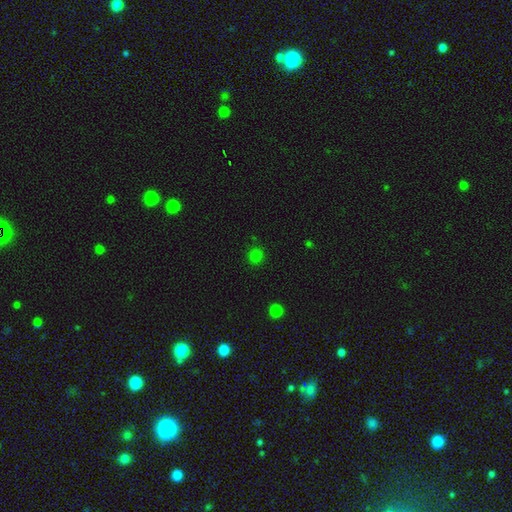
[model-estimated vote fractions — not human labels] A smooth galaxy with no disk features (78%) that is round (88%).

Vote fractions:
- Smooth or featured? smooth: 78% / star or artifact: 18% / featured or disk: 4%
- How rounded? round: 88% / in between: 10% / cigar-shaped: 1%
- Merging? none: 89% / minor disturbance: 7% / major disturbance: 2% / merger: 2%